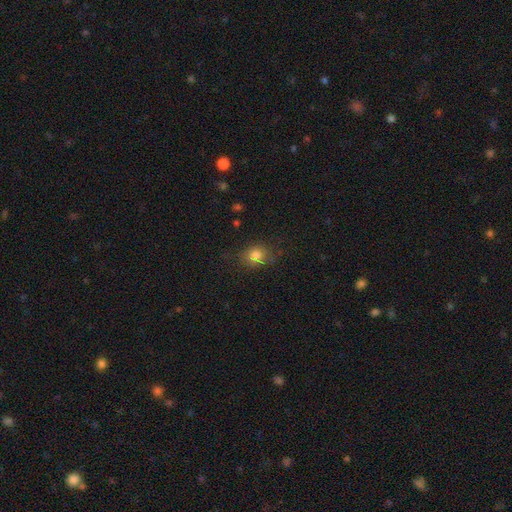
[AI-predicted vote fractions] Smooth or featured? Predicted: smooth (p=0.75). How rounded? Predicted: round (p=0.60). Merging? Predicted: none (p=0.69).